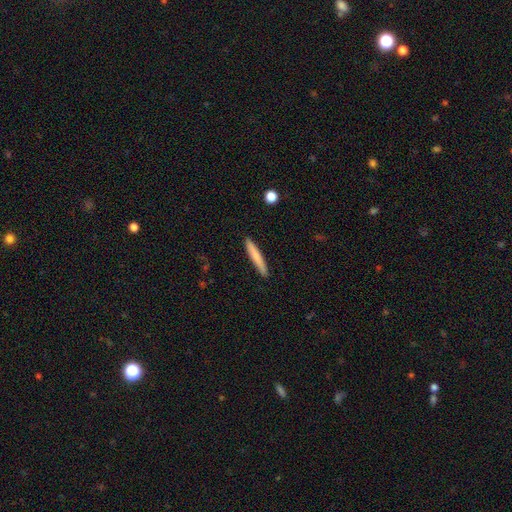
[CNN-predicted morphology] smooth-or-featured: smooth: 74% | featured or disk: 20% | star or artifact: 6%
  how-rounded: cigar-shaped: 95% | in between: 4% | round: 1%
  merging: none: 91% | minor disturbance: 7% | major disturbance: 1% | merger: 1%